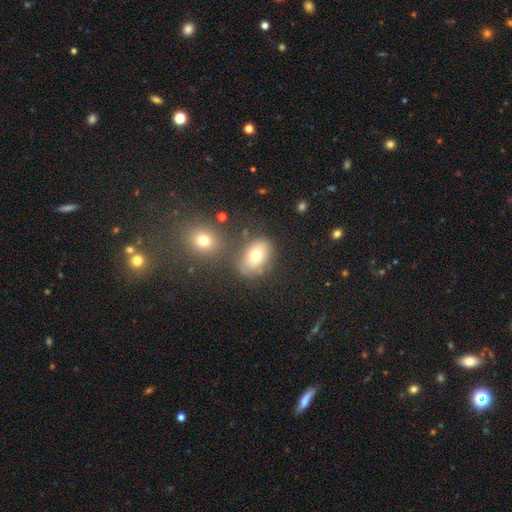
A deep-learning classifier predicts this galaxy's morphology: smooth_or_featured: smooth (p=0.72) [alt: featured or disk p=0.16]
how_rounded: in between (p=0.73) [alt: round p=0.26]
merging: none (p=0.68) [alt: minor disturbance p=0.14]